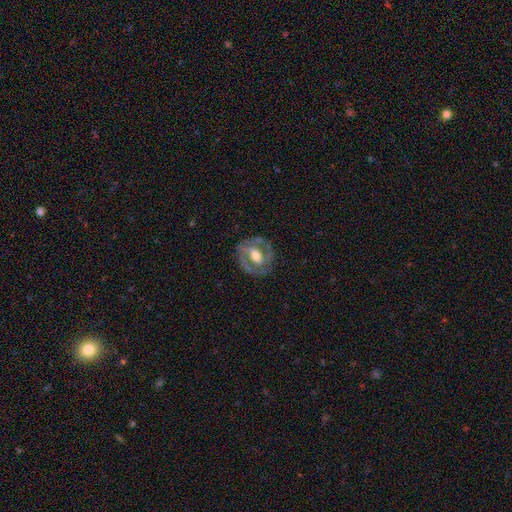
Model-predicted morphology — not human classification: Smooth or featured: featured or disk — 78% (smooth — 16%)
Edge-on disk: no — 96% (yes — 4%)
Bar: weak — 42% (strong — 30%)
Spiral arms: yes — 81% (no — 19%)
Spiral winding: tight — 47% (medium — 42%)
Spiral arm count: 2 — 82% (can't tell — 9%)
Bulge size: moderate — 68% (small — 16%)
Merging: none — 79% (minor disturbance — 13%)